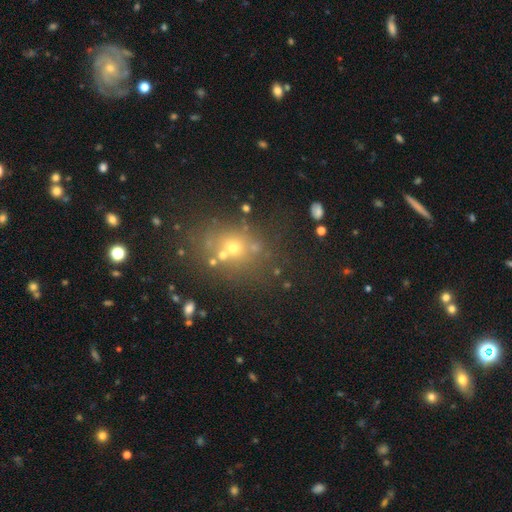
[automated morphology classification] The model was most divided on "smooth or featured": star or artifact: 39%, smooth: 38%, featured or disk: 23%.